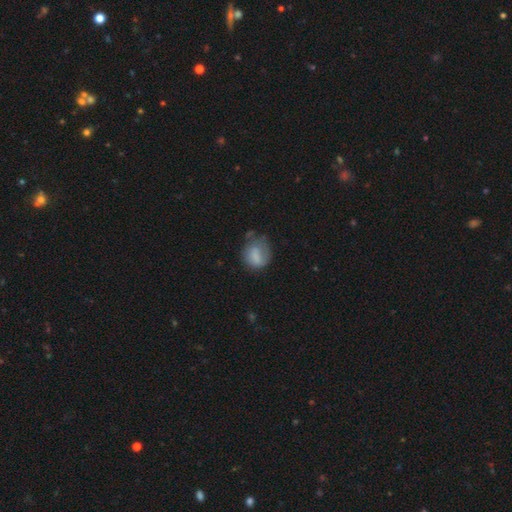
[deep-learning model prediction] Overall: smooth (73%). How rounded: round (61%; in between 38%). Merging: none (40%; minor disturbance 32%).